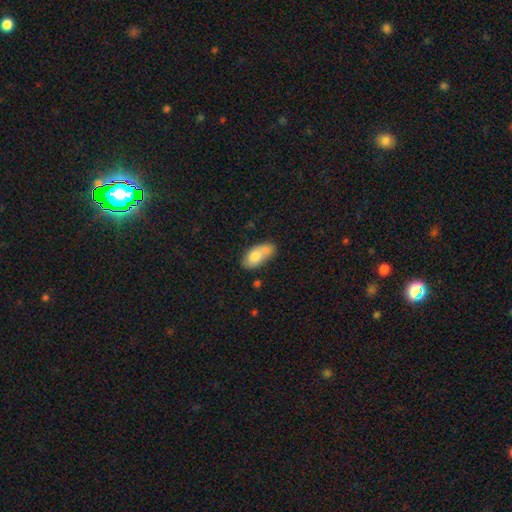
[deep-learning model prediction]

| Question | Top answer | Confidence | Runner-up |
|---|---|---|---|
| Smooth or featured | smooth | 76% | featured or disk (17%) |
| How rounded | in between | 89% | cigar-shaped (7%) |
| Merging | none | 40% | merger (34%) |